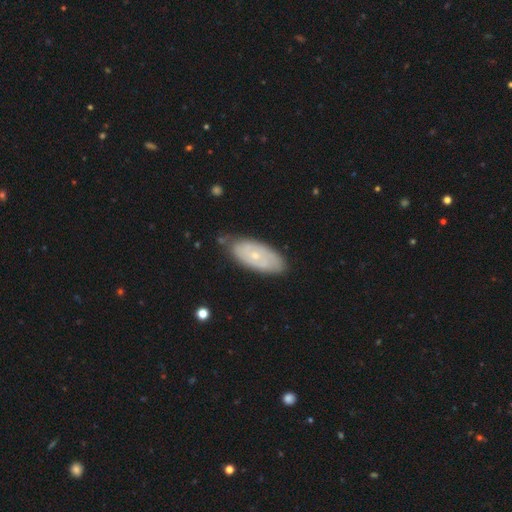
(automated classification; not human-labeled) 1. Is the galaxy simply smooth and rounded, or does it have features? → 58% featured or disk, 36% smooth, 6% star or artifact.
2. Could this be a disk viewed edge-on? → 90% no, 10% yes.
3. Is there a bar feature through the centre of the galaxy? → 86% no, 12% weak, 2% strong.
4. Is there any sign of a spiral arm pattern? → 58% yes, 42% no.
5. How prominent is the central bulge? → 71% small, 26% moderate, 1% none, 1% large, 1% dominant.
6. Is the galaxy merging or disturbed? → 71% none, 22% minor disturbance, 4% major disturbance, 3% merger.